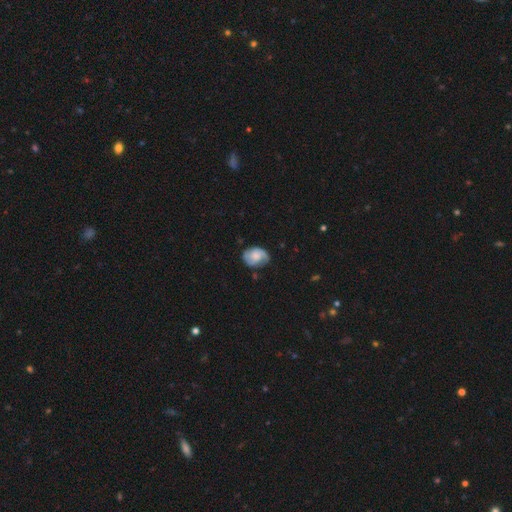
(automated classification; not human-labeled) A featured or disk galaxy (54%) with no bar (69%), spiral arms (88%) and a moderate central bulge (33%).

Vote fractions:
- Smooth or featured? featured or disk: 54% / smooth: 38% / star or artifact: 7%
- Edge-on disk? no: 97% / yes: 3%
- Bar? no: 69% / weak: 27% / strong: 4%
- Spiral arms? yes: 88% / no: 12%
- Bulge size? moderate: 33% / small: 26% / none: 22% / large: 16% / dominant: 3%
- Merging? none: 63% / minor disturbance: 26% / major disturbance: 9% / merger: 2%